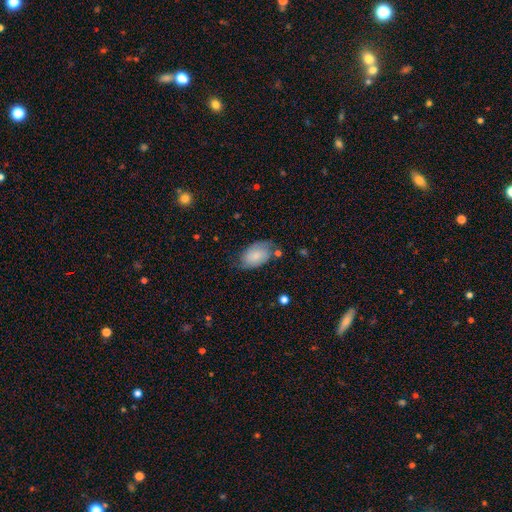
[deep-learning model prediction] Morphology: type=smooth (58%); roundness=in between (91%); merging=none (58%).